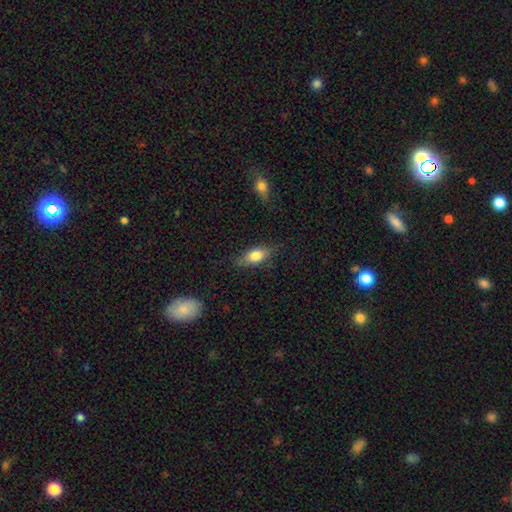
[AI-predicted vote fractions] This is likely a smooth galaxy (73%). How rounded: likely in between (78%). Merging: likely none (74%).